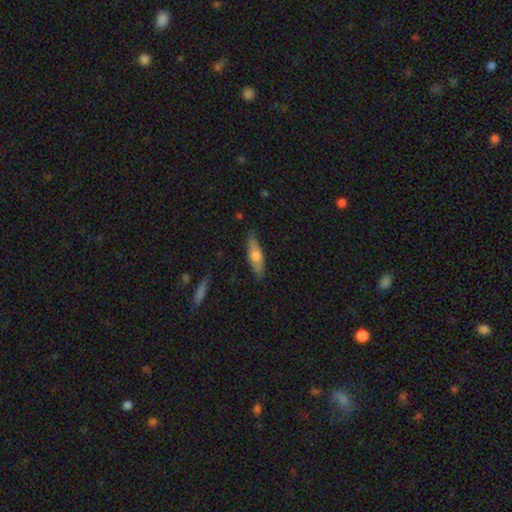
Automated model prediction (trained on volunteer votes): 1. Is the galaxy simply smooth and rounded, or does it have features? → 59% smooth, 35% featured or disk, 6% star or artifact.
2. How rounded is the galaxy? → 54% cigar-shaped, 43% in between, 2% round.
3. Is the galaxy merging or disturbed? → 83% none, 14% minor disturbance, 2% major disturbance, 1% merger.